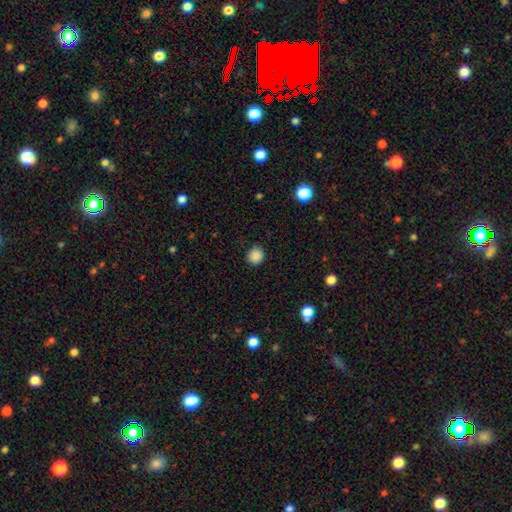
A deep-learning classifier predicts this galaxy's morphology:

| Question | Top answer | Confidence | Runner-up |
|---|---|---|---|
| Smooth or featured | smooth | 87% | star or artifact (10%) |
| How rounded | round | 89% | in between (10%) |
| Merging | none | 90% | minor disturbance (7%) |